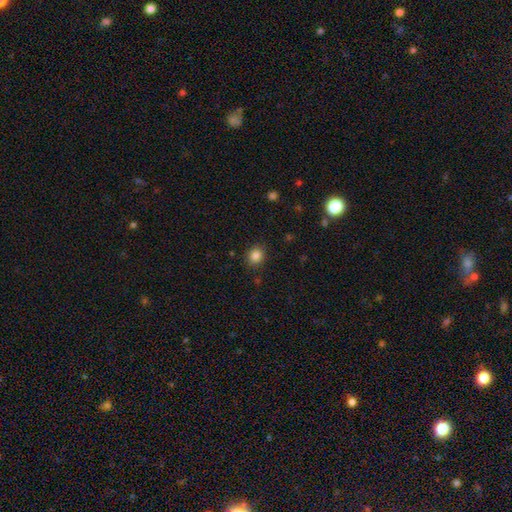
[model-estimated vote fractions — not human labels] A smooth galaxy with no disk features (84%) that is round (75%). Merging: none (88%).